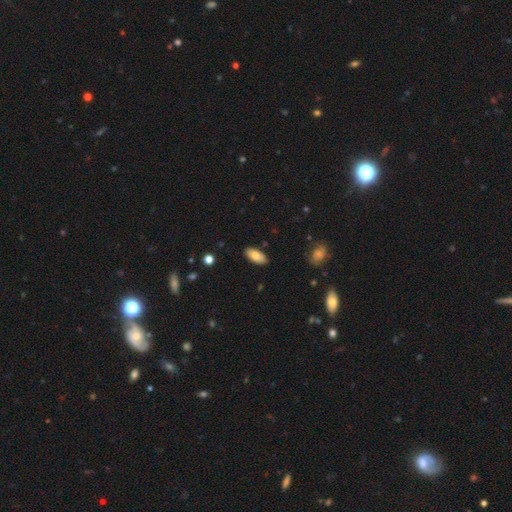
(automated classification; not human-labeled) Smooth or featured: smooth — 77% (featured or disk — 17%)
How rounded: in between — 93% (cigar-shaped — 5%)
Merging: none — 87% (minor disturbance — 10%)